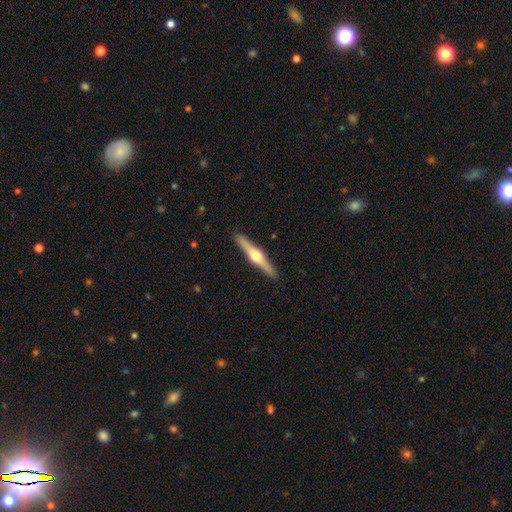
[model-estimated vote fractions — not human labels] featured or disk 74%, smooth 21%, star or artifact 5%. Down the decision tree: edge-on disk — yes (98%); edge-on bulge — rounded (94%); merging — none (92%).